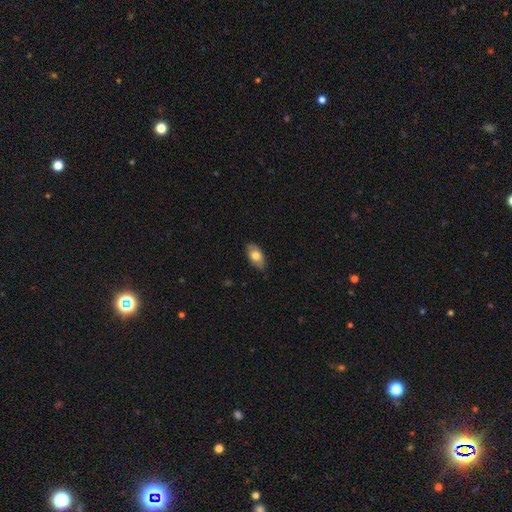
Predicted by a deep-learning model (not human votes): This is likely a smooth galaxy (76%). How rounded: clearly in between (92%). Merging: clearly none (84%).